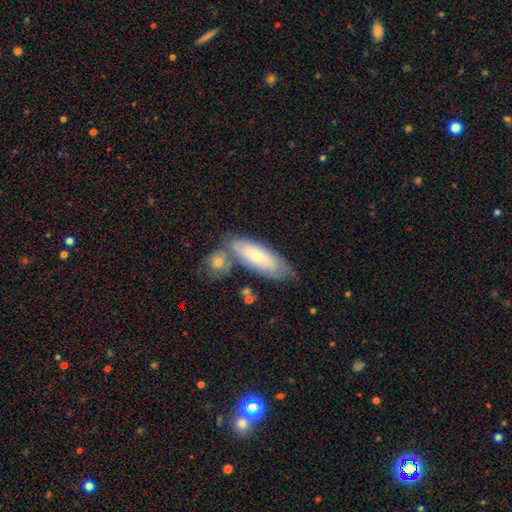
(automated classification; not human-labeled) A smooth galaxy with no disk features (67%) that is in between round and cigar-shaped (65%).

Vote fractions:
- Smooth or featured? smooth: 67% / featured or disk: 28% / star or artifact: 6%
- How rounded? in between: 65% / cigar-shaped: 33% / round: 2%
- Merging? none: 56% / merger: 22% / minor disturbance: 17% / major disturbance: 5%